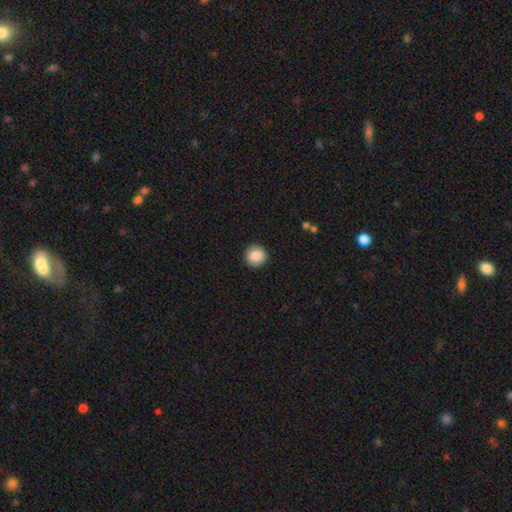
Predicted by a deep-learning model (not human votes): Smooth or featured?
  - smooth: 87% *
  - star or artifact: 8%
  - featured or disk: 5%
How rounded?
  - round: 94% *
  - in between: 5%
  - cigar-shaped: 1%
Merging?
  - none: 92% *
  - minor disturbance: 6%
  - major disturbance: 2%
  - merger: 1%